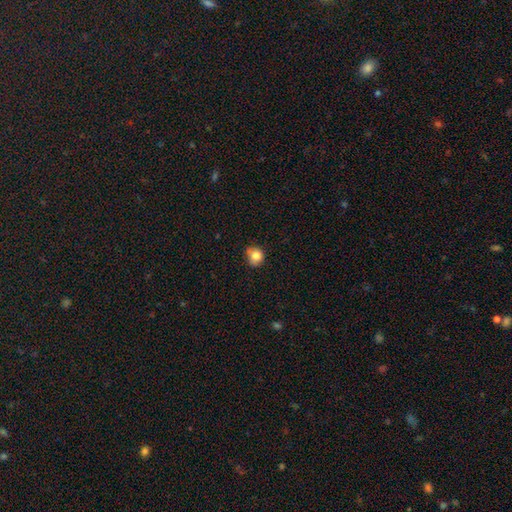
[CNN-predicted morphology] Smooth or featured?
  - smooth: 81% *
  - star or artifact: 10%
  - featured or disk: 8%
How rounded?
  - round: 78% *
  - in between: 21%
  - cigar-shaped: 1%
Merging?
  - none: 62% *
  - minor disturbance: 30%
  - major disturbance: 6%
  - merger: 3%